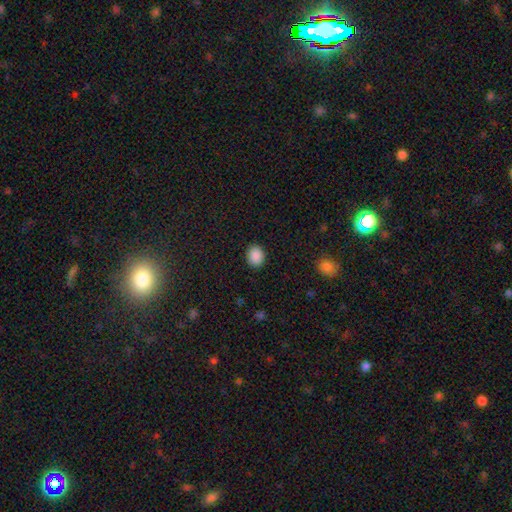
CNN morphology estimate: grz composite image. It shows a smooth galaxy with no disk features (89%) that is round (50%). Merging: none (90%).